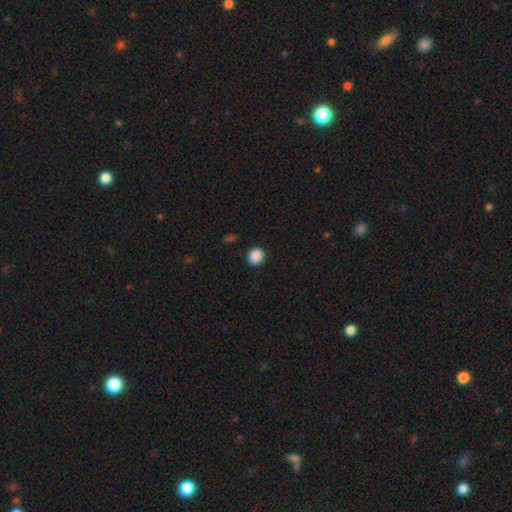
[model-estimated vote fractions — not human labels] A smooth galaxy with no disk features (88%) that is round (84%). Merging: none (90%).